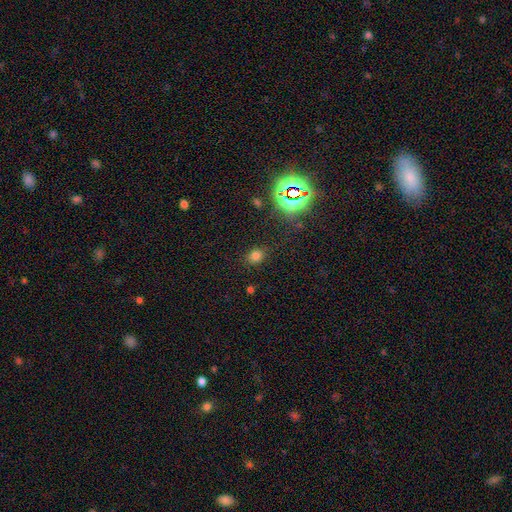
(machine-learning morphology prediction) Smooth or featured? smooth (71%)
How rounded? round (53%)
Merging? none (83%)